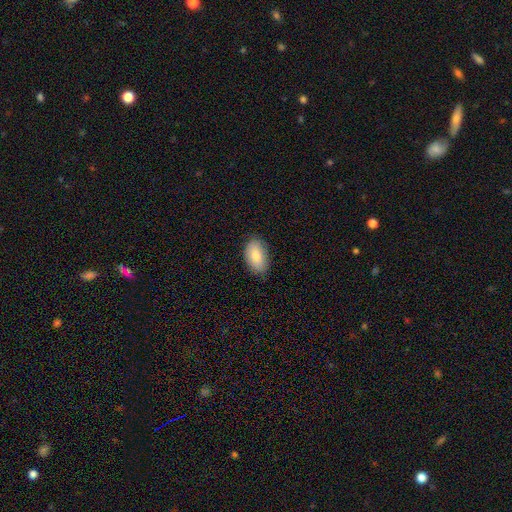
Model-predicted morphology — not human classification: Smooth or featured?
  - smooth: 81% *
  - featured or disk: 13%
  - star or artifact: 7%
How rounded?
  - in between: 93% *
  - round: 5%
  - cigar-shaped: 2%
Merging?
  - none: 82% *
  - minor disturbance: 15%
  - major disturbance: 3%
  - merger: 1%